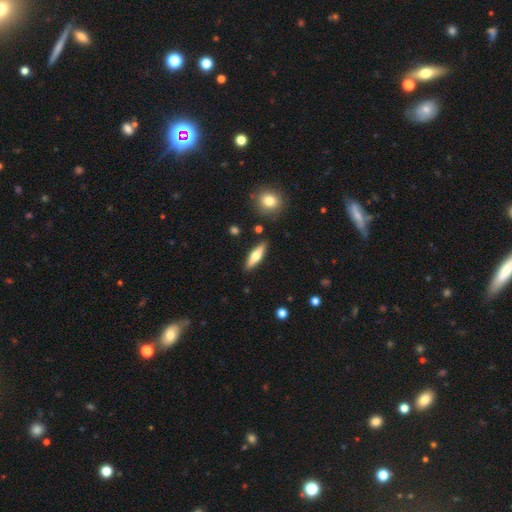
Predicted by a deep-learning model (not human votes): Morphology: type=smooth (52%); roundness=cigar-shaped (61%); merging=none (88%).